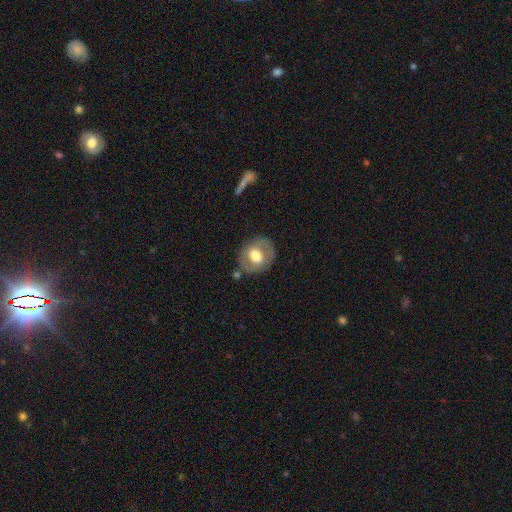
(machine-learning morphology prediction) This appears to be a smooth galaxy with no disk features (50%). Merging: none (77%).